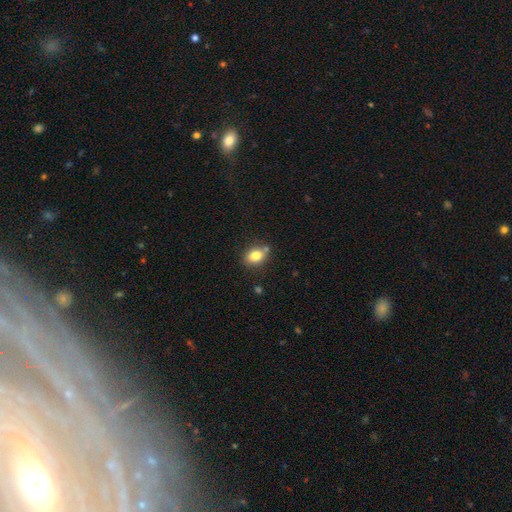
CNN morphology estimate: This is likely a smooth galaxy (80%). How rounded: likely in between (63%). Merging: likely none (75%).